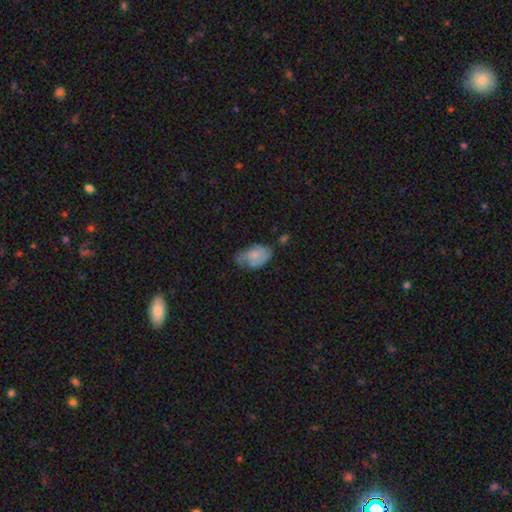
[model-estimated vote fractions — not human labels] Q: Smooth or featured?
A: smooth (61%); runner-up: featured or disk (32%)
Q: How rounded?
A: in between (91%); runner-up: round (8%)
Q: Merging?
A: none (43%); runner-up: minor disturbance (38%)